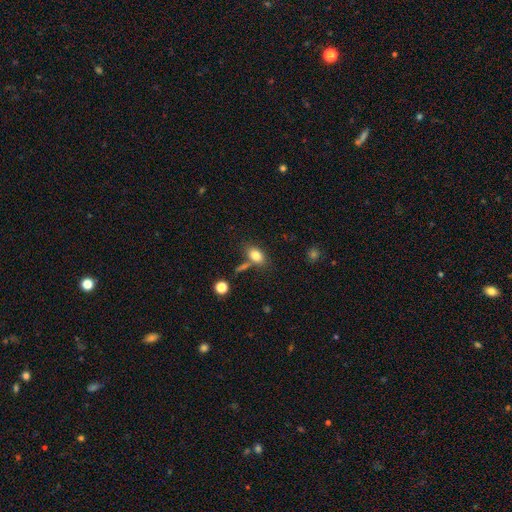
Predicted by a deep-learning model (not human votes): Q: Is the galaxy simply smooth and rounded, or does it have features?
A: smooth — 81%.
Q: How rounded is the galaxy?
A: in between — 83%.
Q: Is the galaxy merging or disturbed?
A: none — 65%.